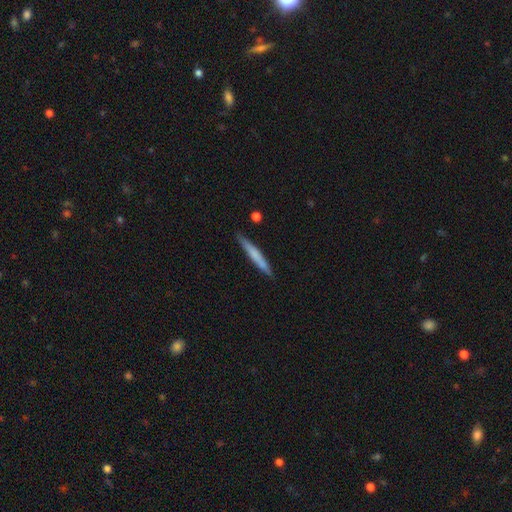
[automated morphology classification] Smooth or featured? Predicted: smooth (p=0.62). How rounded? Predicted: cigar-shaped (p=0.96). Merging? Predicted: none (p=0.88).